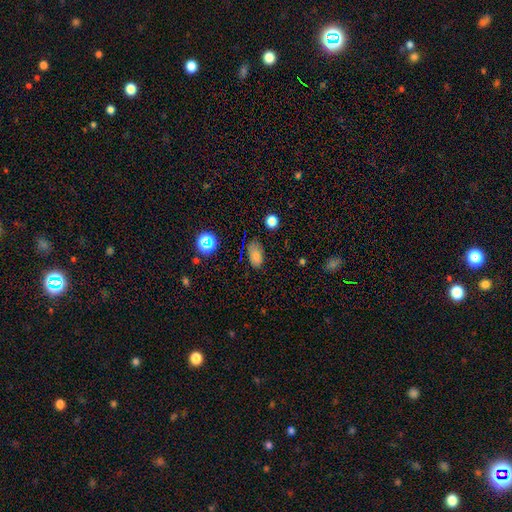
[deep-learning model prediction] Smooth or featured? smooth (76%)
How rounded? in between (90%)
Merging? none (68%)